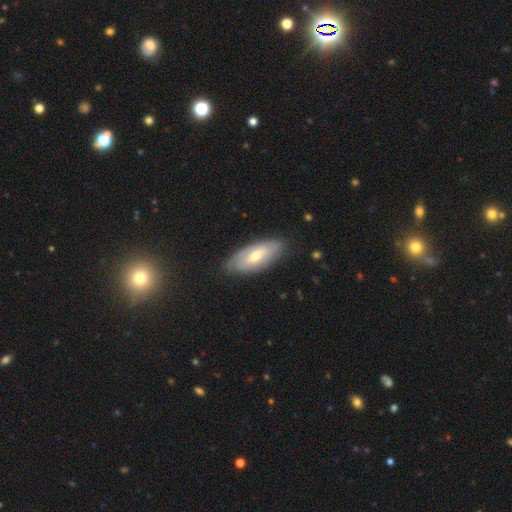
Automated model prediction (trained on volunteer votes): Smooth or featured: smooth — 52% (featured or disk — 42%)
How rounded: in between — 83% (cigar-shaped — 15%)
Merging: none — 81% (minor disturbance — 15%)